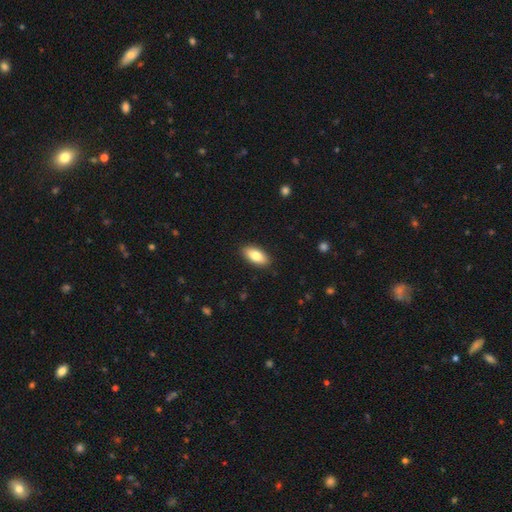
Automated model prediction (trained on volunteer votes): smooth 82%, featured or disk 11%, star or artifact 6%. Down the decision tree: how rounded — in between (89%); merging — none (90%).